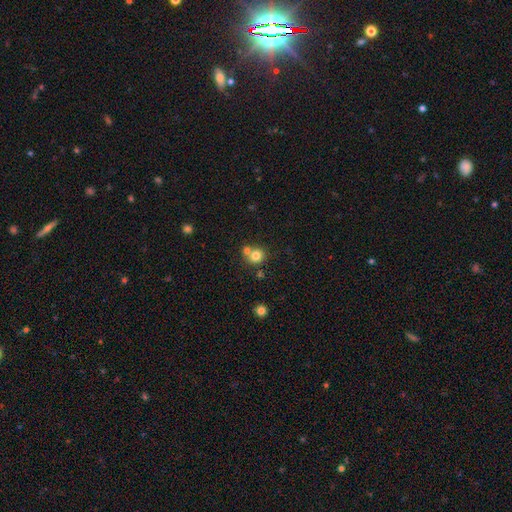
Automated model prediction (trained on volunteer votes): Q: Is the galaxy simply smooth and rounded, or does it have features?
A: smooth — 78%.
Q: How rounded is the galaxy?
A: round — 87%.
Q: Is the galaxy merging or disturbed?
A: none — 55%.